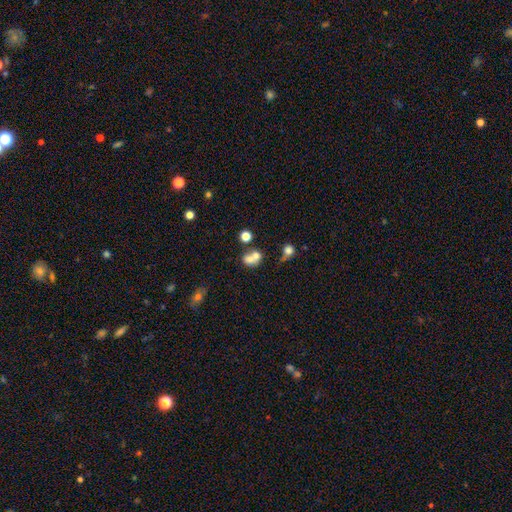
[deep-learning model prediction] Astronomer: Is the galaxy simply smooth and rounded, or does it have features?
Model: smooth — 65%.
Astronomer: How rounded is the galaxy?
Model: round — 58% (runner-up: in between, 40%).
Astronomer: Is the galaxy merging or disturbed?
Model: merger — 57%.